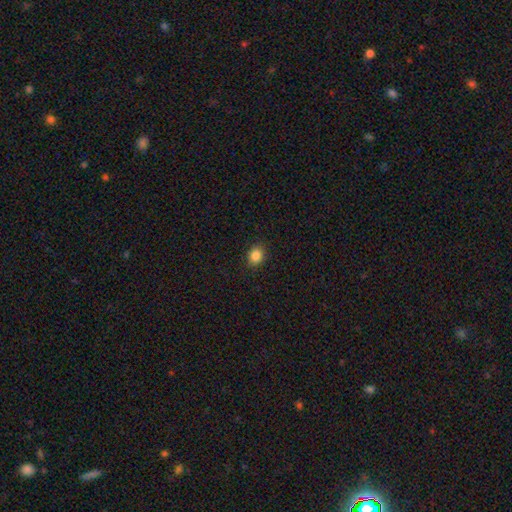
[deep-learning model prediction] A smooth galaxy with no disk features (86%) that is round (59%).

Vote fractions:
- Smooth or featured? smooth: 86% / star or artifact: 10% / featured or disk: 4%
- How rounded? round: 59% / in between: 40% / cigar-shaped: 1%
- Merging? none: 89% / minor disturbance: 8% / major disturbance: 2% / merger: 1%